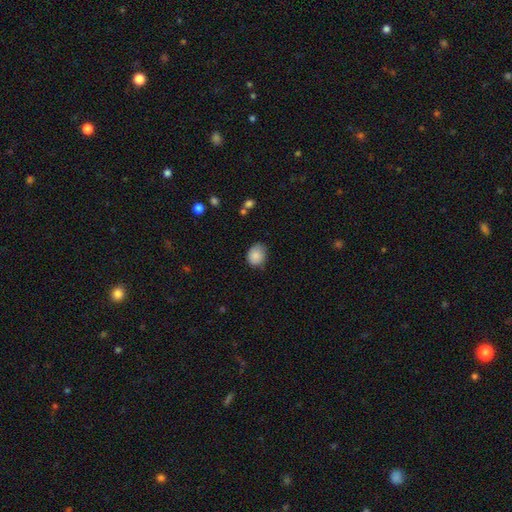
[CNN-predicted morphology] A smooth galaxy with no disk features (87%) that is round (57%). Merging: none (71%).